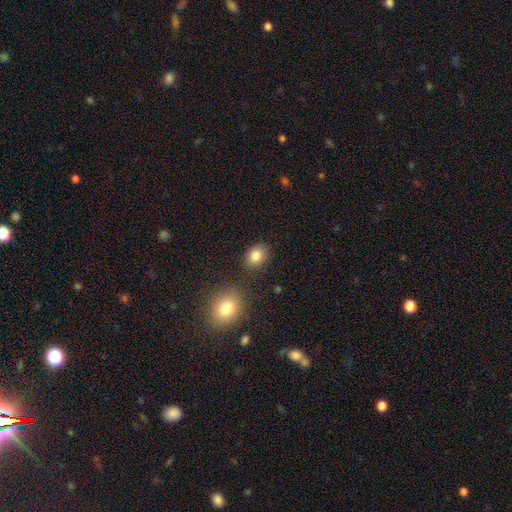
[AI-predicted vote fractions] Q: Smooth or featured?
A: smooth (83%); runner-up: star or artifact (10%)
Q: How rounded?
A: in between (53%); runner-up: round (46%)
Q: Merging?
A: none (82%); runner-up: minor disturbance (10%)